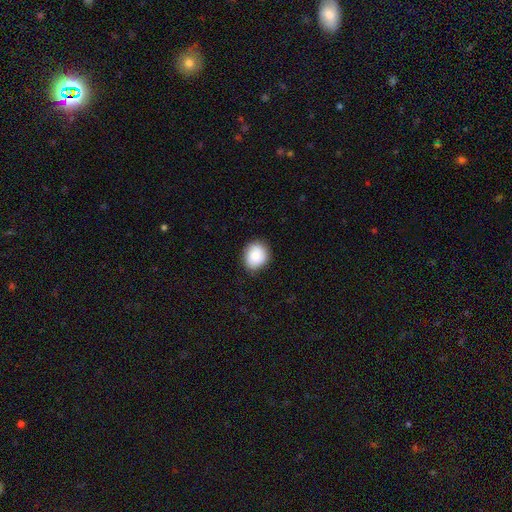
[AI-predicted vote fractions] smooth-or-featured: smooth: 87% | star or artifact: 7% | featured or disk: 7%
  how-rounded: round: 66% | in between: 33% | cigar-shaped: 1%
  merging: none: 84% | minor disturbance: 13% | major disturbance: 2% | merger: 1%